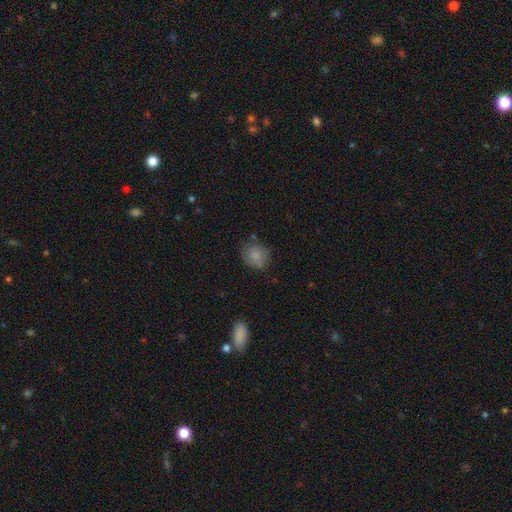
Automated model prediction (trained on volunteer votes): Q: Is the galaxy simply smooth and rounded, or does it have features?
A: smooth — 78%.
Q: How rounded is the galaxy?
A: round — 64%.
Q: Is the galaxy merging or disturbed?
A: none — 69%.